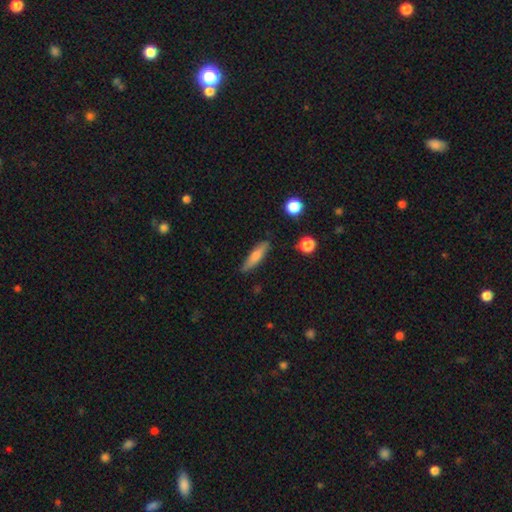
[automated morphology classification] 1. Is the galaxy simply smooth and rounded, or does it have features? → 69% smooth, 24% featured or disk, 7% star or artifact.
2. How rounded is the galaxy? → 76% cigar-shaped, 21% in between, 2% round.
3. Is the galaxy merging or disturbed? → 84% none, 12% minor disturbance, 2% major disturbance, 2% merger.